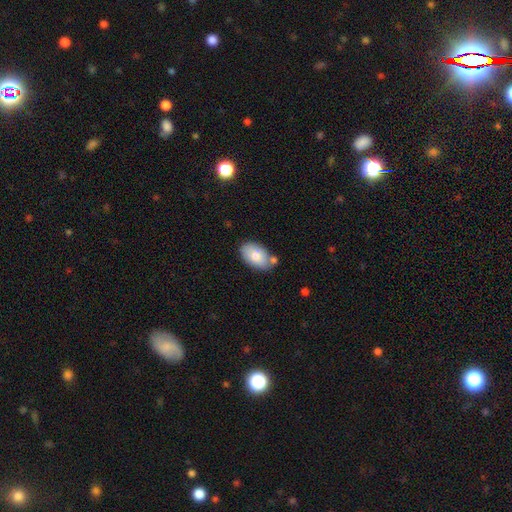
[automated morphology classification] smooth_or_featured: smooth (p=0.75) [alt: featured or disk p=0.18]
how_rounded: in between (p=0.92) [alt: round p=0.07]
merging: none (p=0.69) [alt: minor disturbance p=0.16]